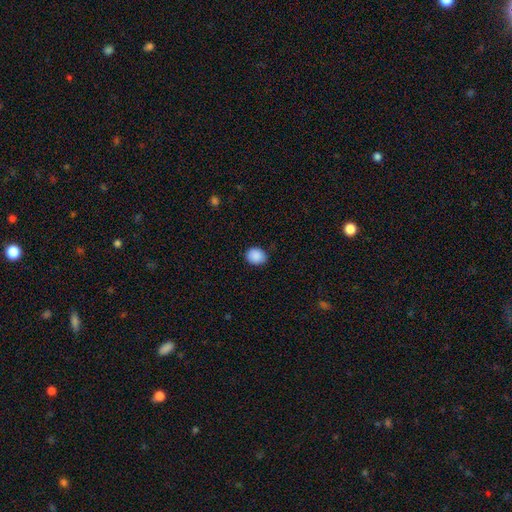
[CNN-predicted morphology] smooth 89%, star or artifact 8%, featured or disk 3%. Down the decision tree: how rounded — round (59%); merging — none (85%).